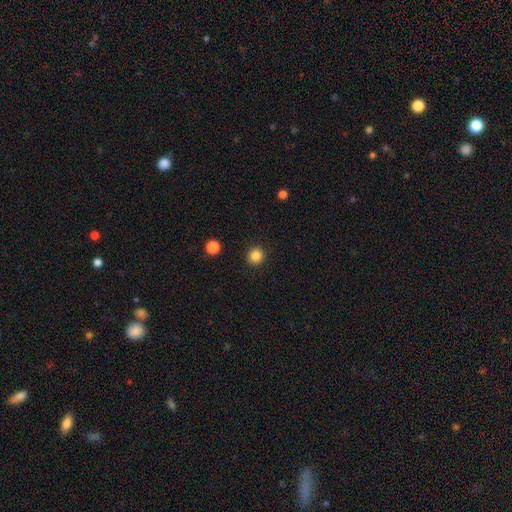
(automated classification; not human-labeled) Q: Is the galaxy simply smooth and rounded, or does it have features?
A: smooth — 84%.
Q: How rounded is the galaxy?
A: round — 92%.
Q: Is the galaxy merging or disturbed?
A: none — 92%.